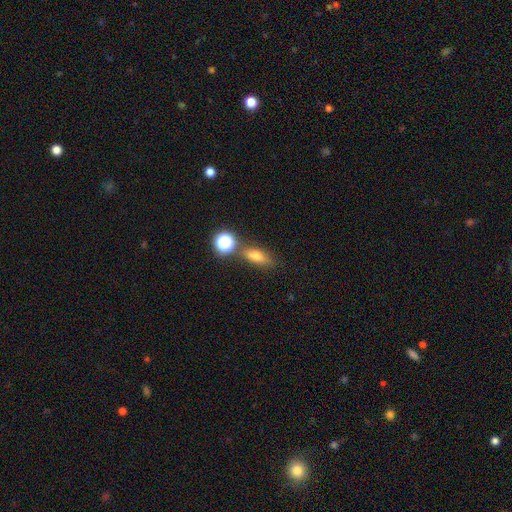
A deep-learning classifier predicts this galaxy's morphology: This is likely a smooth galaxy (66%). How rounded: possibly in between (60%). Merging: likely none (69%).